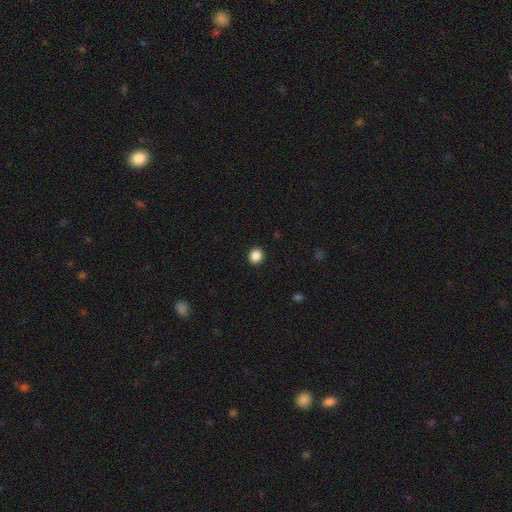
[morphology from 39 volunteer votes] This appears to be a smooth galaxy with no disk features (82%) that is round (94%). Merging: none (97%).